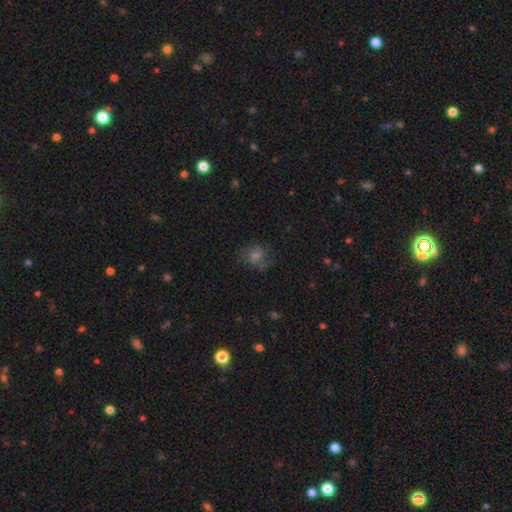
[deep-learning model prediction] The model was most divided on "smooth or featured": featured or disk: 38%, smooth: 37%, star or artifact: 25%. More confident: merging — none (67%).